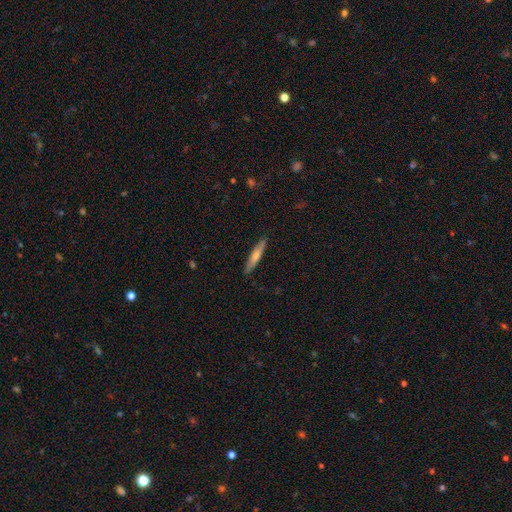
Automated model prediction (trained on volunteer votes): Smooth or featured?
  - smooth: 48% *
  - featured or disk: 46%
  - star or artifact: 6%
Merging?
  - none: 90% *
  - minor disturbance: 7%
  - major disturbance: 1%
  - merger: 1%